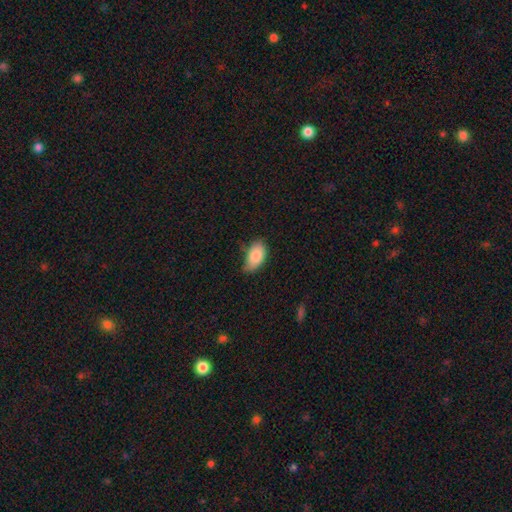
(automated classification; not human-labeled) Overall: smooth (84%). How rounded: in between (94%). Merging: none (51%; minor disturbance 39%).